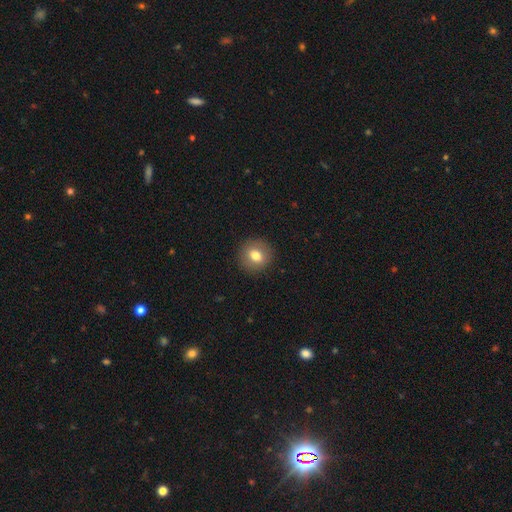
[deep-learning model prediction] Smooth or featured? smooth (76%)
How rounded? round (82%)
Merging? none (90%)